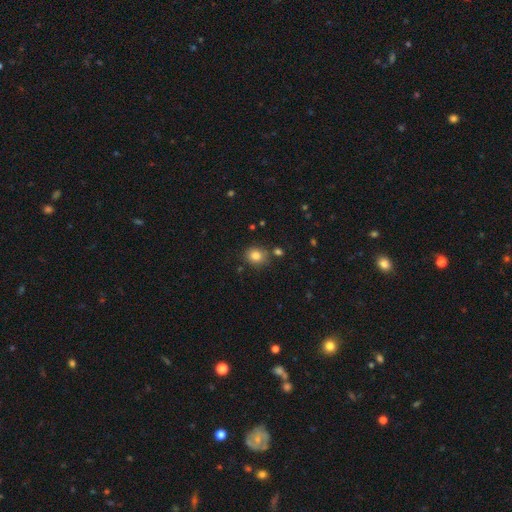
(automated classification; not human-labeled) smooth_or_featured: smooth (p=0.82) [alt: star or artifact p=0.11]
how_rounded: round (p=0.73) [alt: in between p=0.26]
merging: none (p=0.78) [alt: minor disturbance p=0.12]